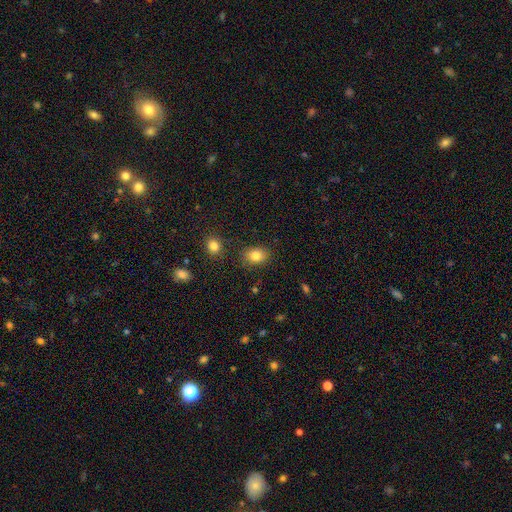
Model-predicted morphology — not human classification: smooth-or-featured: smooth: 84% | star or artifact: 10% | featured or disk: 7%
  how-rounded: in between: 66% | round: 33% | cigar-shaped: 1%
  merging: none: 84% | minor disturbance: 11% | major disturbance: 3% | merger: 3%